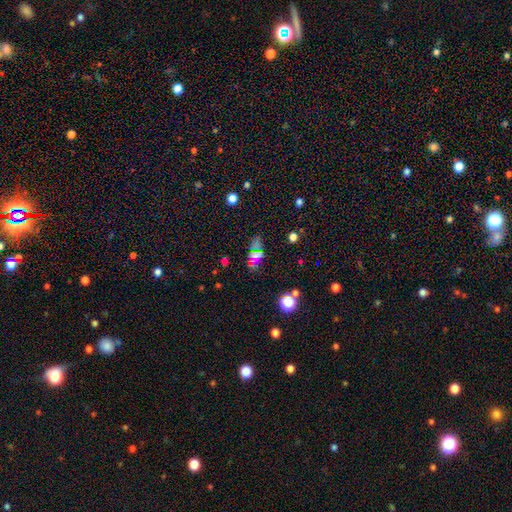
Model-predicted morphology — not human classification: A smooth galaxy with no disk features (49%). Merging: none (77%).